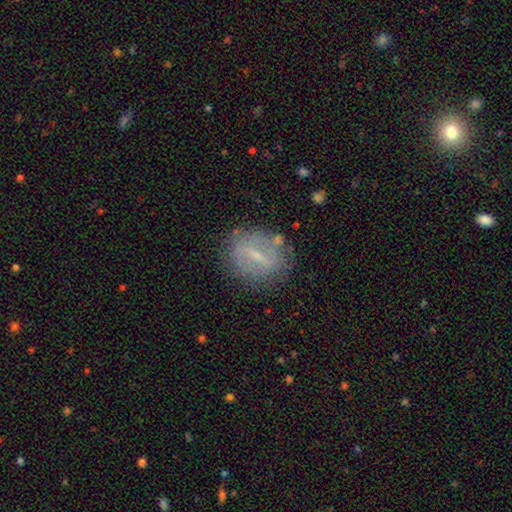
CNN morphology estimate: smooth_or_featured: featured or disk (p=0.54) [alt: smooth p=0.36]
disk_edge_on: no (p=0.89) [alt: yes p=0.11]
merging: none (p=0.75) [alt: minor disturbance p=0.16]